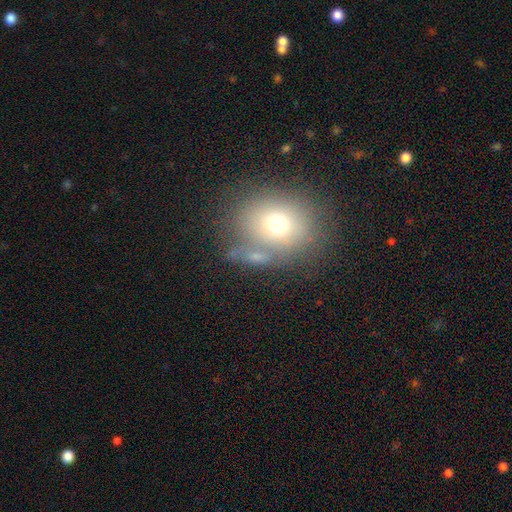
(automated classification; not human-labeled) smooth-or-featured: smooth: 66% | featured or disk: 19% | star or artifact: 15%
  how-rounded: round: 57% | in between: 42% | cigar-shaped: 2%
  merging: none: 58% | minor disturbance: 17% | merger: 16% | major disturbance: 9%